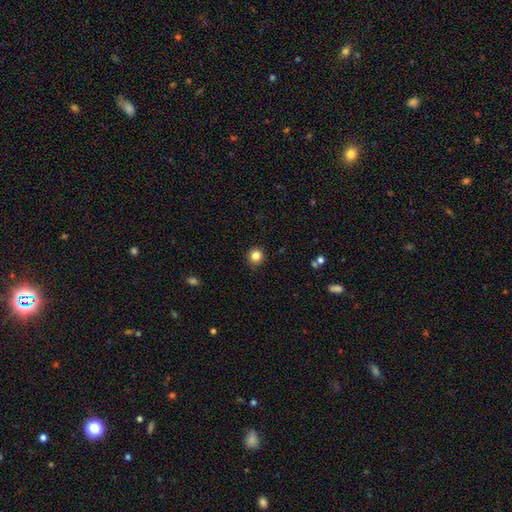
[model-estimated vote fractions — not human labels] smooth_or_featured: smooth (p=0.84) [alt: star or artifact p=0.12]
how_rounded: round (p=0.93) [alt: in between p=0.06]
merging: none (p=0.90) [alt: minor disturbance p=0.07]